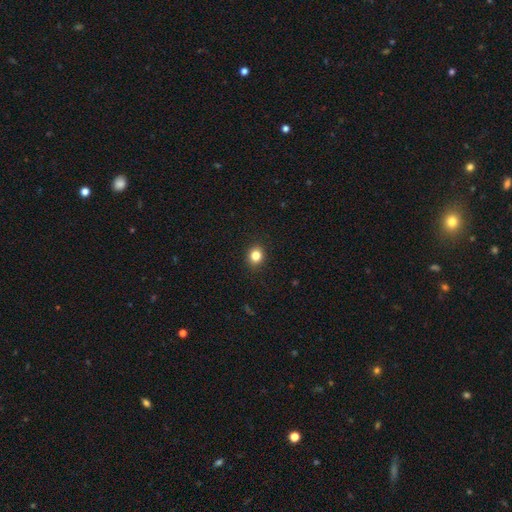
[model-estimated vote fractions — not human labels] Q: Smooth or featured?
A: smooth (83%); runner-up: star or artifact (11%)
Q: How rounded?
A: round (71%); runner-up: in between (28%)
Q: Merging?
A: none (91%); runner-up: minor disturbance (6%)